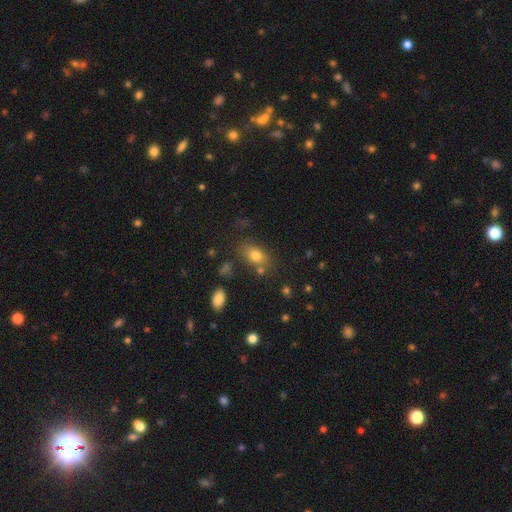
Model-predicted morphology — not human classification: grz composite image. It shows a smooth galaxy with no disk features (77%) that is in between round and cigar-shaped (82%). Merging: none (69%).